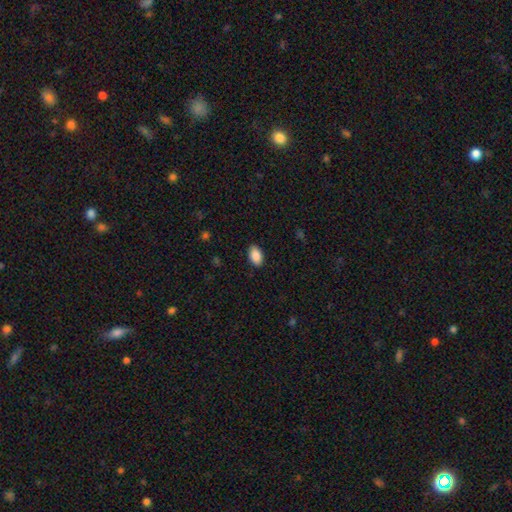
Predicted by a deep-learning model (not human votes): smooth-or-featured: smooth: 90% | star or artifact: 7% | featured or disk: 3%
  how-rounded: in between: 92% | round: 6% | cigar-shaped: 1%
  merging: none: 88% | minor disturbance: 9% | major disturbance: 2% | merger: 1%